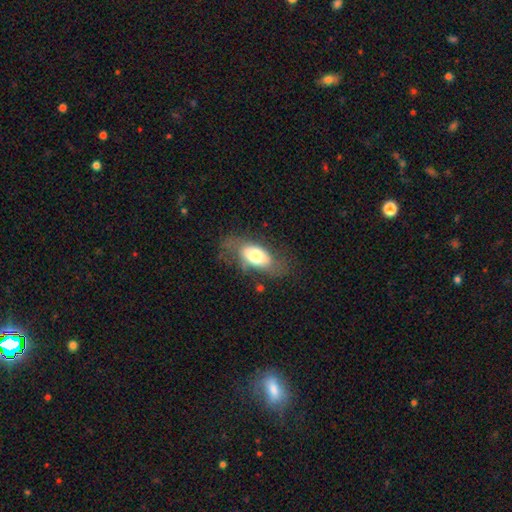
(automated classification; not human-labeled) smooth_or_featured: smooth (p=0.62) [alt: featured or disk p=0.31]
how_rounded: in between (p=0.88) [alt: cigar-shaped p=0.07]
merging: none (p=0.56) [alt: minor disturbance p=0.24]